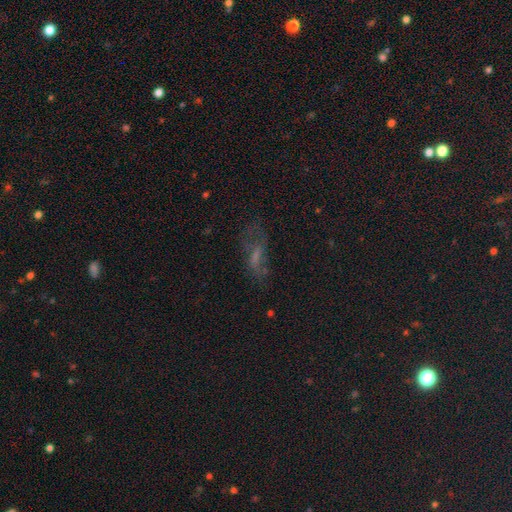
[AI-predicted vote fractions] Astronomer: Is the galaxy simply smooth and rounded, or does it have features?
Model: featured or disk — 36% (runner-up: smooth, 34%).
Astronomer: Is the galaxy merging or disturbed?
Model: none — 55%.